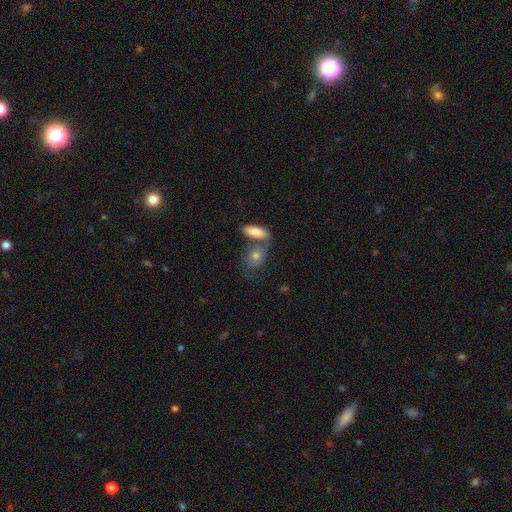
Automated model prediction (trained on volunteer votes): Q: Smooth or featured?
A: smooth (69%); runner-up: featured or disk (22%)
Q: How rounded?
A: in between (73%); runner-up: round (18%)
Q: Merging?
A: none (41%); runner-up: merger (39%)